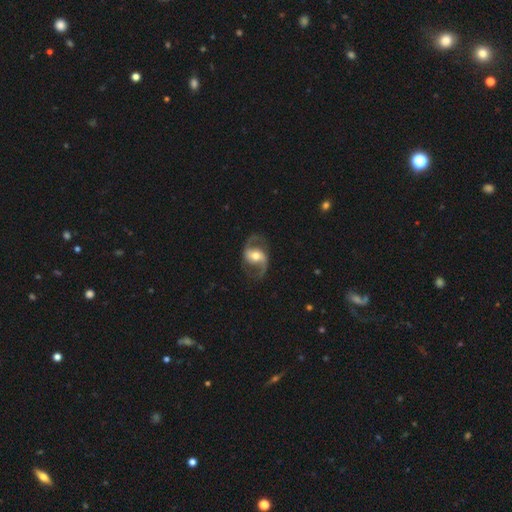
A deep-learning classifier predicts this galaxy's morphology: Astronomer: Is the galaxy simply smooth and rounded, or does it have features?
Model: featured or disk — 87%.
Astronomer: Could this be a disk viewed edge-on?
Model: no — 97%.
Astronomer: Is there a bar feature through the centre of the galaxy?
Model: weak — 40% (runner-up: no, 32%).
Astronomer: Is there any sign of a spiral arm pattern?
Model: yes — 95%.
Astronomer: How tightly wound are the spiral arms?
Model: loose — 49% (runner-up: medium, 42%).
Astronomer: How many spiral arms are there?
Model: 2 — 93%.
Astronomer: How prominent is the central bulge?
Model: moderate — 70%.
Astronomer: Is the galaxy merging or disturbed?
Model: none — 79%.